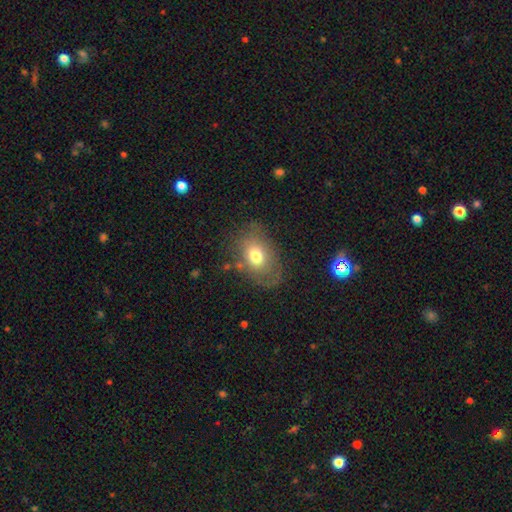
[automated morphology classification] smooth_or_featured: smooth (p=0.69) [alt: featured or disk p=0.21]
how_rounded: in between (p=0.75) [alt: round p=0.24]
merging: none (p=0.69) [alt: minor disturbance p=0.19]